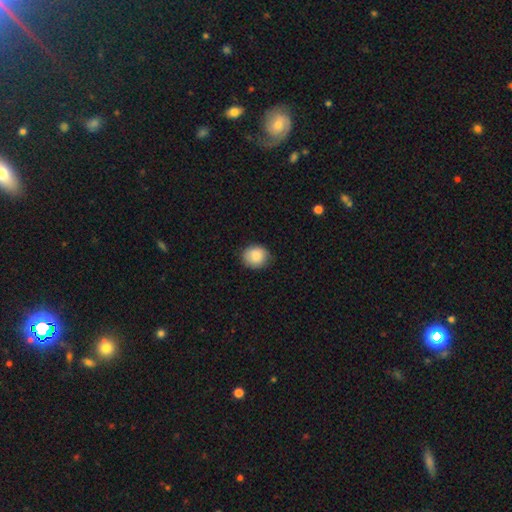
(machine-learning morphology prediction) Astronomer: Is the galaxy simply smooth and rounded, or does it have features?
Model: smooth — 88%.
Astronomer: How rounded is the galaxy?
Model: round — 82%.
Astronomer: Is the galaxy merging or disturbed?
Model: none — 84%.